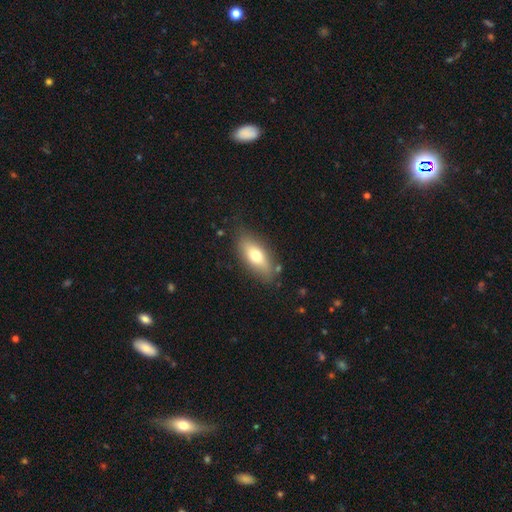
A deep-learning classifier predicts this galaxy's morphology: Smooth or featured: smooth — 70% (featured or disk — 23%)
How rounded: in between — 78% (cigar-shaped — 19%)
Merging: none — 80% (minor disturbance — 14%)